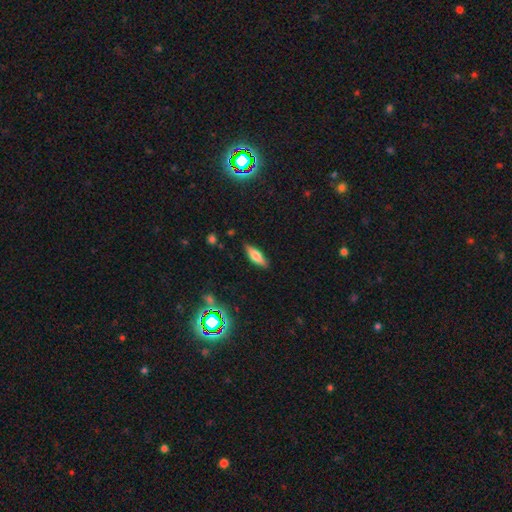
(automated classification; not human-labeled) Smooth or featured? Predicted: smooth (p=0.60). How rounded? Predicted: in between (p=0.55). Merging? Predicted: none (p=0.86).